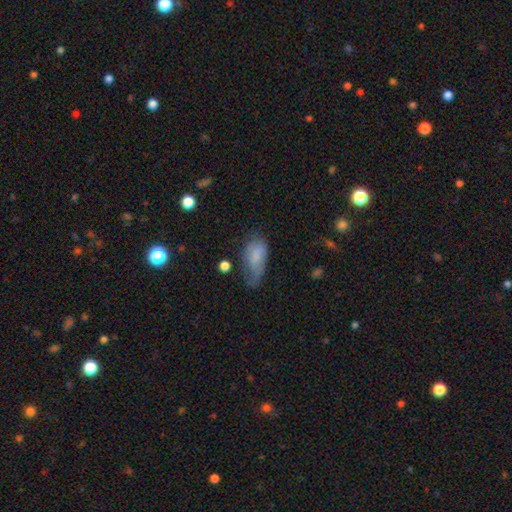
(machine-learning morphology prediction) This appears to be a smooth galaxy with no disk features (71%) that is in between round and cigar-shaped (90%). Merging: minor disturbance (36%).